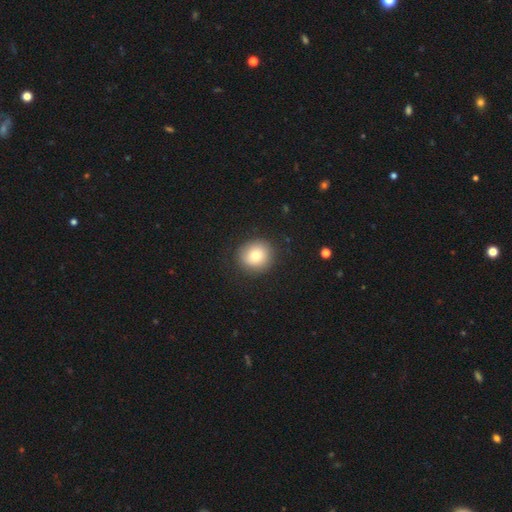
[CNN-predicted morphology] Smooth or featured? Predicted: smooth (p=0.81). How rounded? Predicted: round (p=0.84). Merging? Predicted: none (p=0.87).